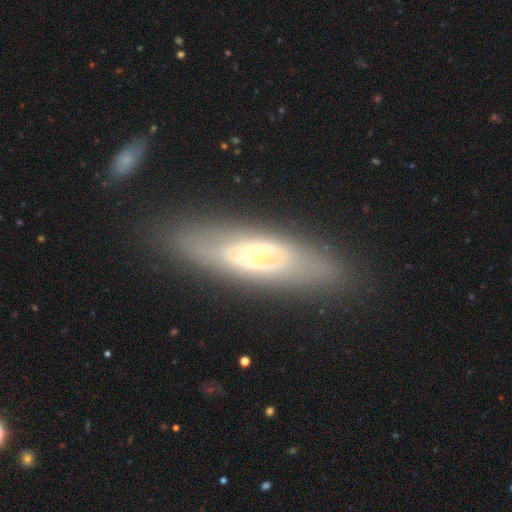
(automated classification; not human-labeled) featured or disk 68%, smooth 24%, star or artifact 8%. Down the decision tree: edge-on disk — no (61%); merging — none (81%).